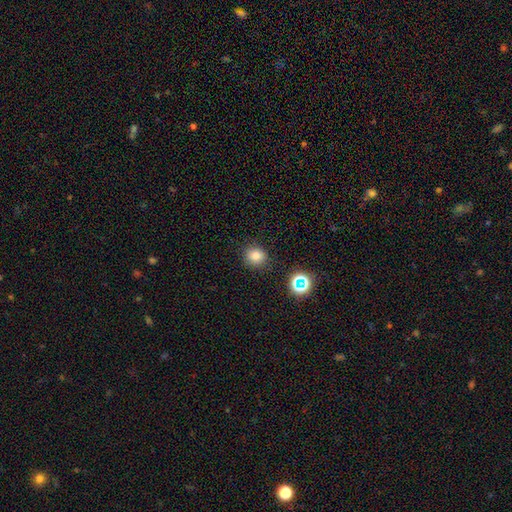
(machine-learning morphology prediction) smooth 78%, star or artifact 15%, featured or disk 6%. Down the decision tree: how rounded — round (86%); merging — none (87%).